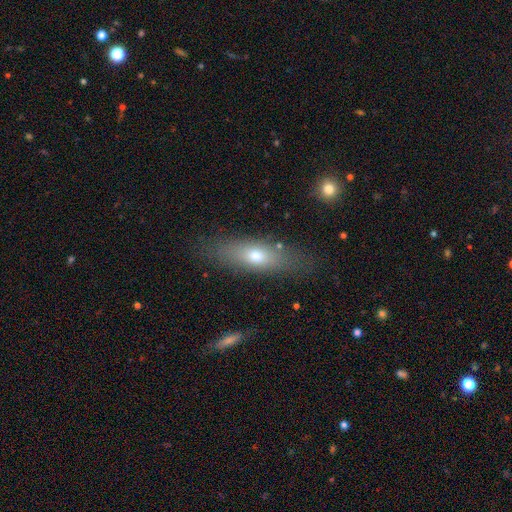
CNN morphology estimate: type=smooth (65%); roundness=in between (56%); merging=none (79%).